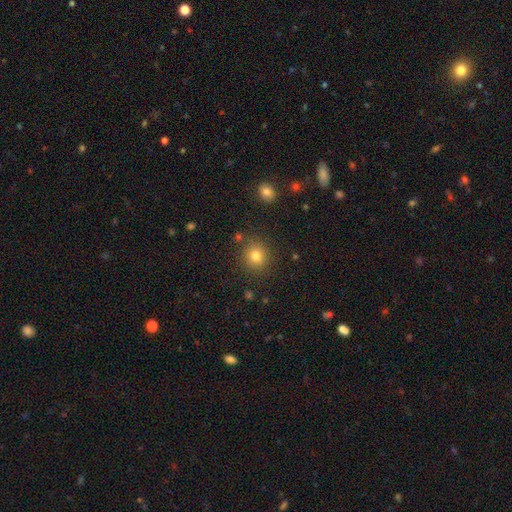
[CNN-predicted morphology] This is clearly a smooth galaxy (81%). How rounded: clearly round (88%). Merging: clearly none (86%).